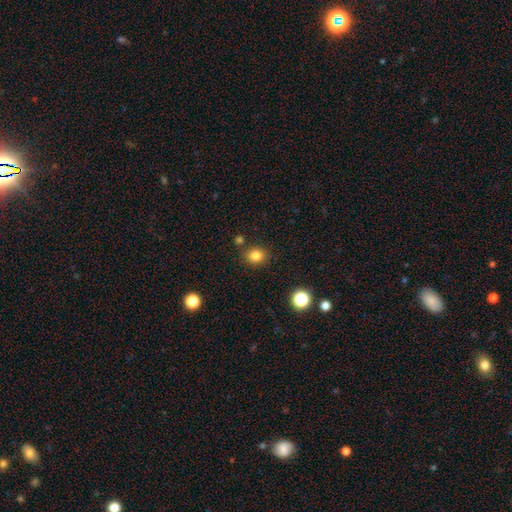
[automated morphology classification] Smooth or featured? smooth (82%)
How rounded? round (71%)
Merging? none (83%)